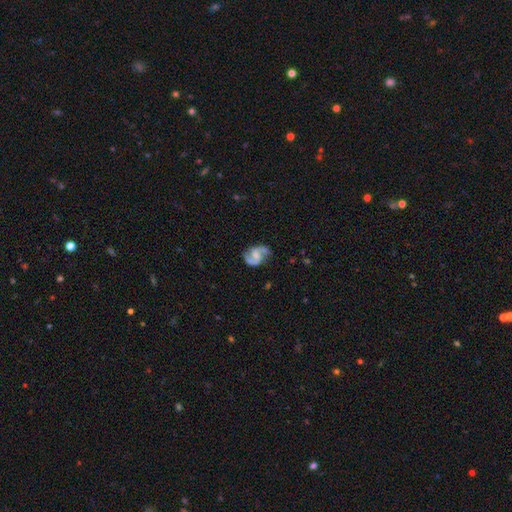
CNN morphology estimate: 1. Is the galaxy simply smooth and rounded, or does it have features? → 87% featured or disk, 7% smooth, 5% star or artifact.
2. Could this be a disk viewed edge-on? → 98% no, 2% yes.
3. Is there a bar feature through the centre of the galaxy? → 45% weak, 34% no, 21% strong.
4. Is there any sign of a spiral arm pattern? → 96% yes, 4% no.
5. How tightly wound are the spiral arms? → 50% medium, 38% loose, 12% tight.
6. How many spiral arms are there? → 93% 2, 2% can't tell, 2% 1, 1% 3, 1% 4, 1% more than 4.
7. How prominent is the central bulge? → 53% none, 24% small, 16% moderate, 5% large, 1% dominant.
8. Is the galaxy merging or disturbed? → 73% none, 17% minor disturbance, 7% major disturbance, 2% merger.